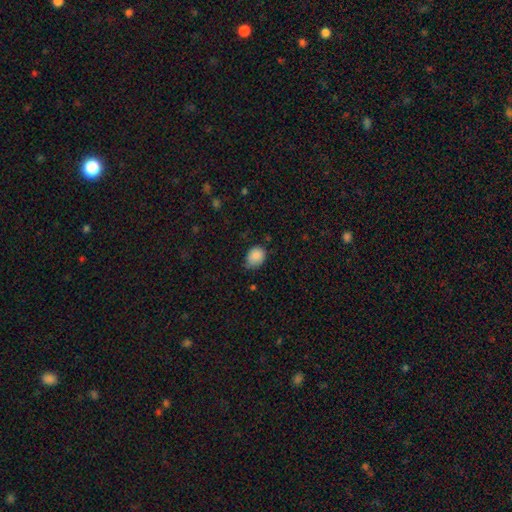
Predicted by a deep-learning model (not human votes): Smooth or featured?
  - smooth: 87% *
  - star or artifact: 9%
  - featured or disk: 5%
How rounded?
  - in between: 61% *
  - round: 38%
  - cigar-shaped: 1%
Merging?
  - none: 55% *
  - minor disturbance: 37%
  - major disturbance: 6%
  - merger: 2%